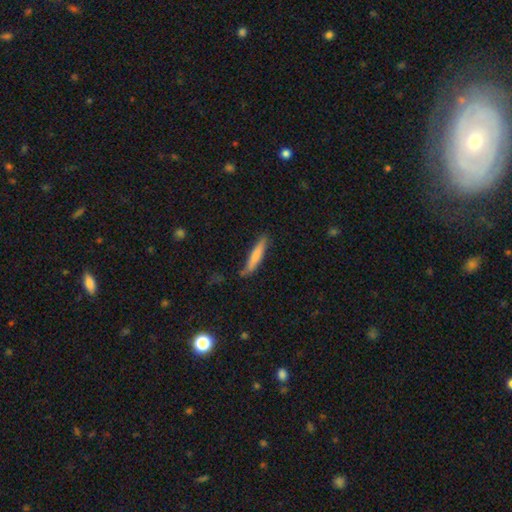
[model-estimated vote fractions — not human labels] Smooth or featured? smooth (73%)
How rounded? cigar-shaped (90%)
Merging? none (73%)